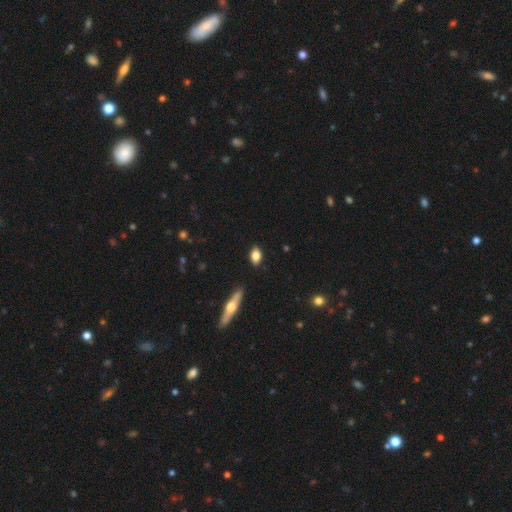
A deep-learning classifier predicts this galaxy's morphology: Q: Smooth or featured?
A: smooth (79%); runner-up: featured or disk (13%)
Q: How rounded?
A: in between (83%); runner-up: round (12%)
Q: Merging?
A: none (87%); runner-up: minor disturbance (10%)